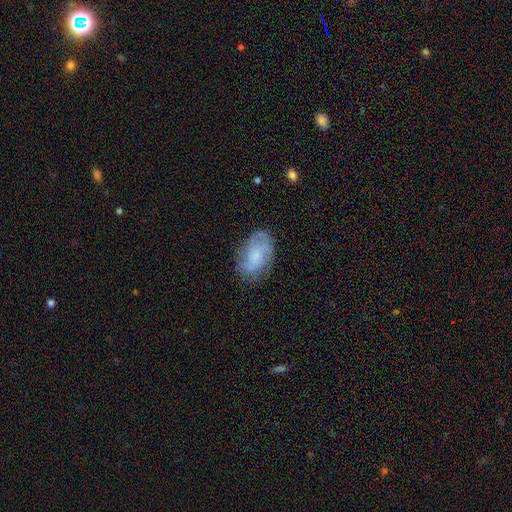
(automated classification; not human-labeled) Q: Smooth or featured?
A: smooth (47%); runner-up: featured or disk (44%)
Q: Merging?
A: none (67%); runner-up: minor disturbance (22%)